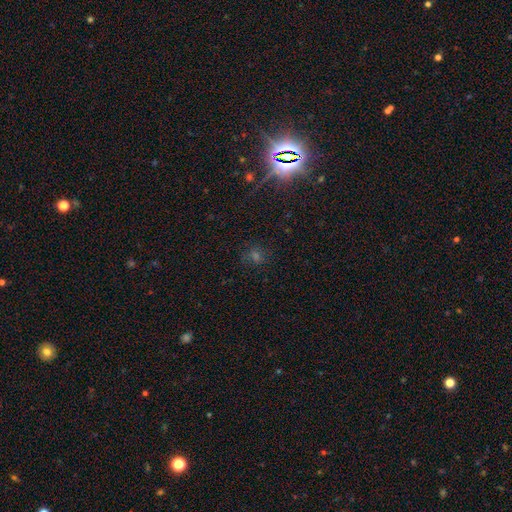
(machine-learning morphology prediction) Smooth or featured? Predicted: star or artifact (p=0.57).